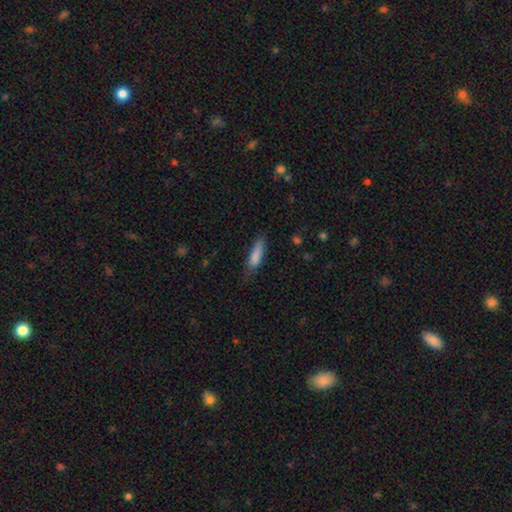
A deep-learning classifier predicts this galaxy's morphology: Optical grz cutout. It shows a smooth galaxy with no disk features (84%) that is cigar-shaped (63%). Merging: none (66%).